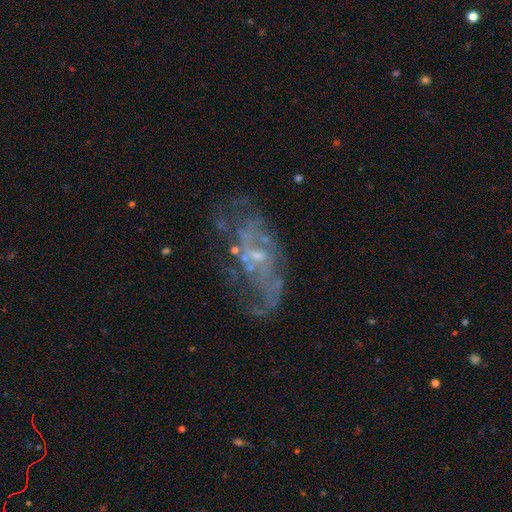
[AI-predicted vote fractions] Smooth or featured?
  - featured or disk: 76% *
  - star or artifact: 13%
  - smooth: 11%
Edge-on disk?
  - no: 94% *
  - yes: 6%
Bar?
  - no: 60% *
  - weak: 34%
  - strong: 7%
Spiral arms?
  - yes: 73% *
  - no: 27%
Spiral winding?
  - loose: 41% *
  - medium: 36%
  - tight: 23%
Spiral arm count?
  - can't tell: 40% *
  - 2: 31%
  - 1: 11%
  - 3: 9%
  - 4: 5%
  - more than 4: 4%
Bulge size?
  - small: 65% *
  - none: 17%
  - moderate: 16%
  - large: 1%
  - dominant: 1%
Merging?
  - none: 53% *
  - major disturbance: 24%
  - minor disturbance: 19%
  - merger: 5%